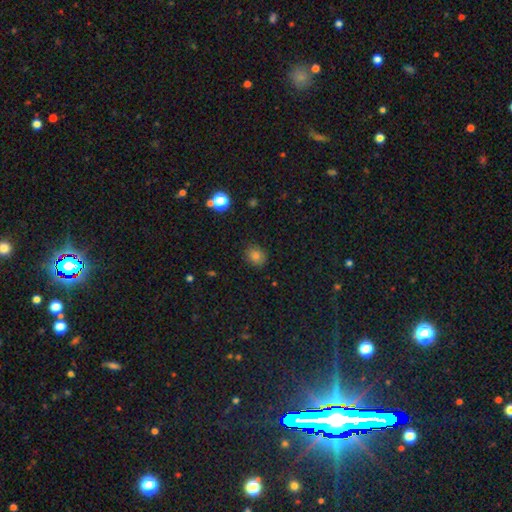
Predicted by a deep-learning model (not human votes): Overall: smooth (80%). How rounded: round (68%; in between 31%). Merging: none (87%).